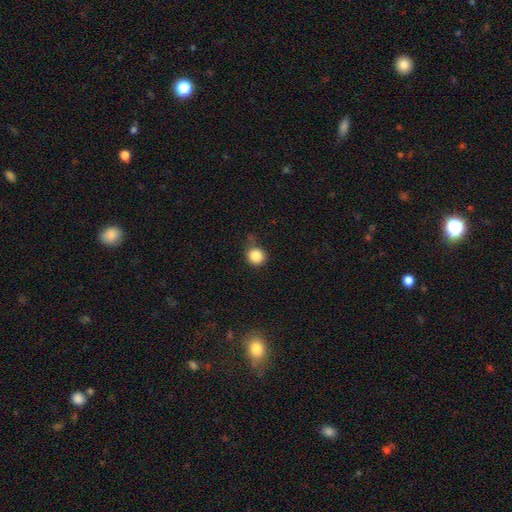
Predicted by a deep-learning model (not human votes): smooth 86%, star or artifact 10%, featured or disk 4%. Down the decision tree: how rounded — round (86%); merging — none (68%).